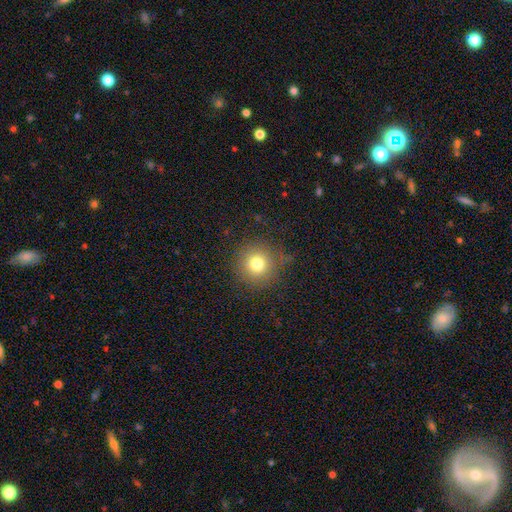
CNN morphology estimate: This appears to be a smooth galaxy with no disk features (63%) that is round (95%). Merging: none (89%).